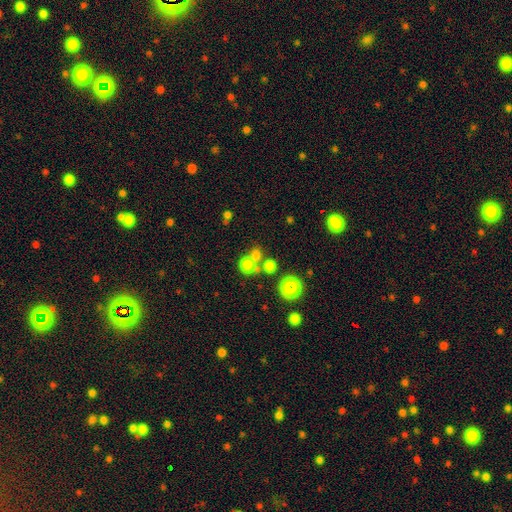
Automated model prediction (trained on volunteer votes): Smooth or featured? Predicted: smooth (p=0.71). How rounded? Predicted: round (p=0.82). Merging? Predicted: none (p=0.53).